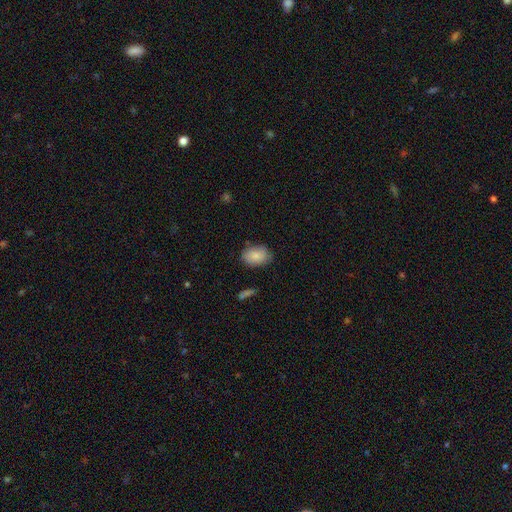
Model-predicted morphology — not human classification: This appears to be a smooth galaxy with no disk features (85%) that is in between round and cigar-shaped (81%). Merging: none (78%).